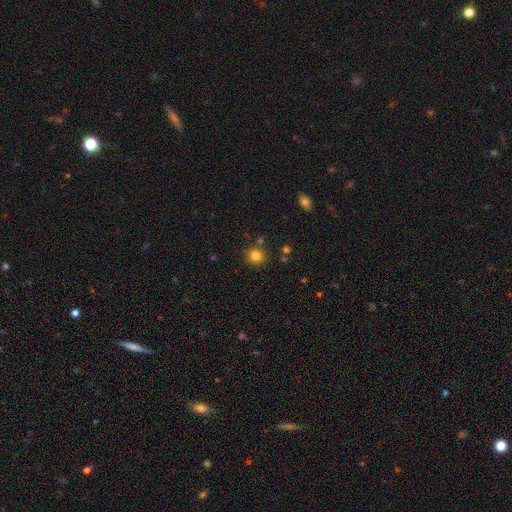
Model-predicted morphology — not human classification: This is clearly a smooth galaxy (81%). How rounded: clearly round (91%). Merging: clearly none (83%).